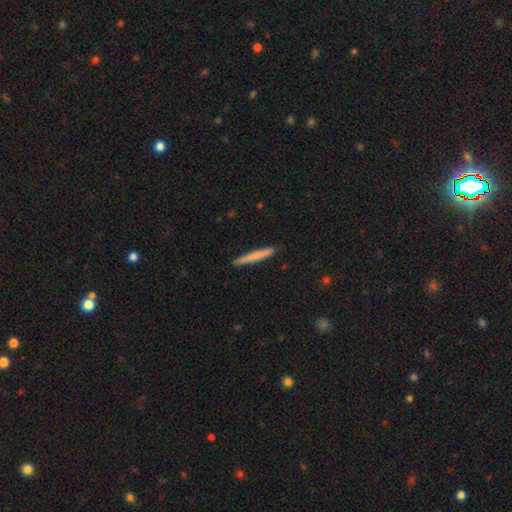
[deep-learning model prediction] Morphology: type=smooth (73%); roundness=cigar-shaped (97%); merging=none (91%).